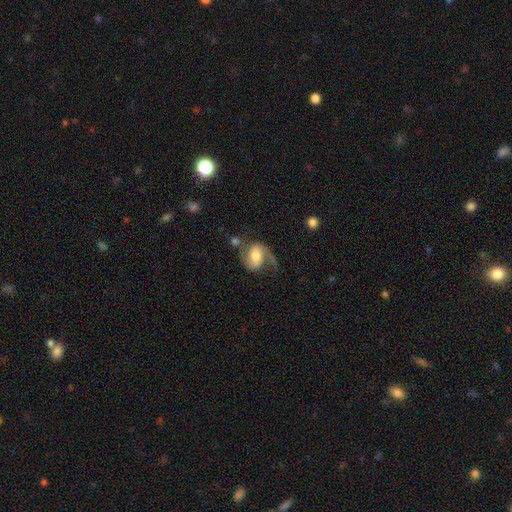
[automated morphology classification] Smooth or featured?
  - featured or disk: 78% *
  - smooth: 16%
  - star or artifact: 7%
Edge-on disk?
  - no: 98% *
  - yes: 2%
Bar?
  - no: 43% *
  - weak: 40%
  - strong: 17%
Spiral arms?
  - yes: 95% *
  - no: 5%
Spiral winding?
  - loose: 45% *
  - medium: 43%
  - tight: 12%
Spiral arm count?
  - 2: 86% *
  - 1: 8%
  - can't tell: 3%
  - 3: 1%
  - 4: 1%
  - more than 4: 1%
Bulge size?
  - moderate: 53% *
  - large: 20%
  - small: 20%
  - none: 4%
  - dominant: 3%
Merging?
  - none: 58% *
  - minor disturbance: 19%
  - major disturbance: 16%
  - merger: 7%